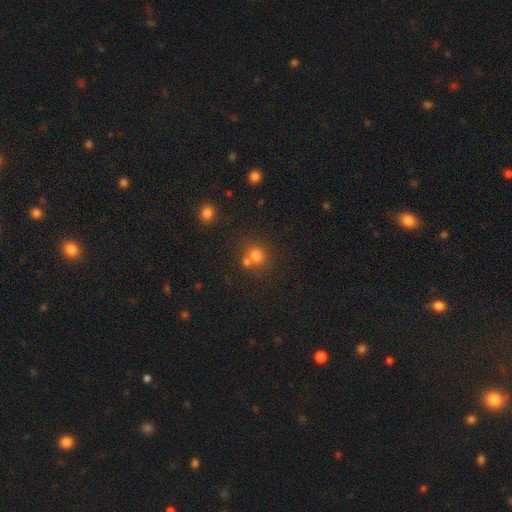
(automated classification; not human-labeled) Smooth or featured: smooth — 71% (star or artifact — 19%)
How rounded: round — 86% (in between — 13%)
Merging: none — 55% (merger — 34%)